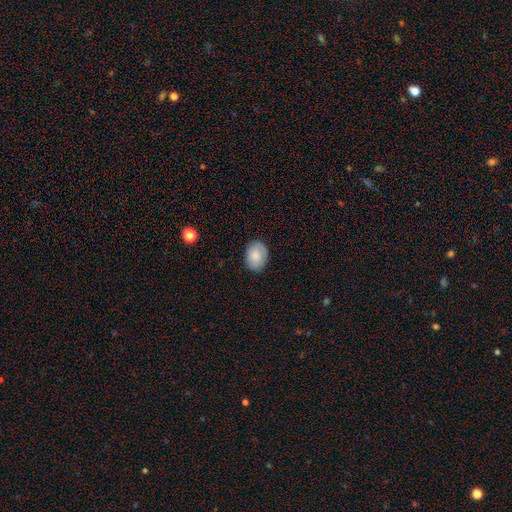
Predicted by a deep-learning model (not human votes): This is clearly a smooth galaxy (81%). How rounded: likely in between (71%). Merging: clearly none (84%).